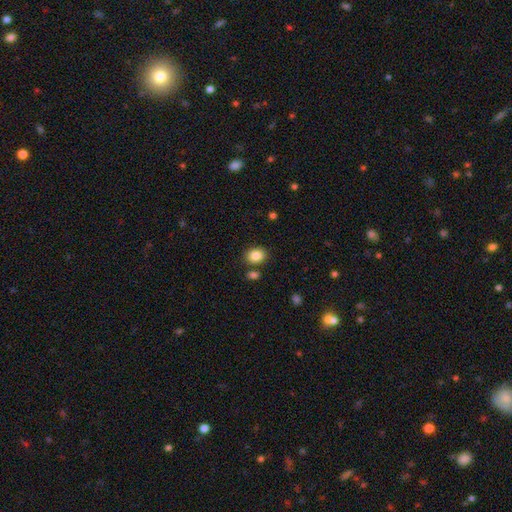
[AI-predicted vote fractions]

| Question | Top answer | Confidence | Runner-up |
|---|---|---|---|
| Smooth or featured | smooth | 86% | star or artifact (9%) |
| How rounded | in between | 54% | round (46%) |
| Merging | none | 78% | minor disturbance (10%) |